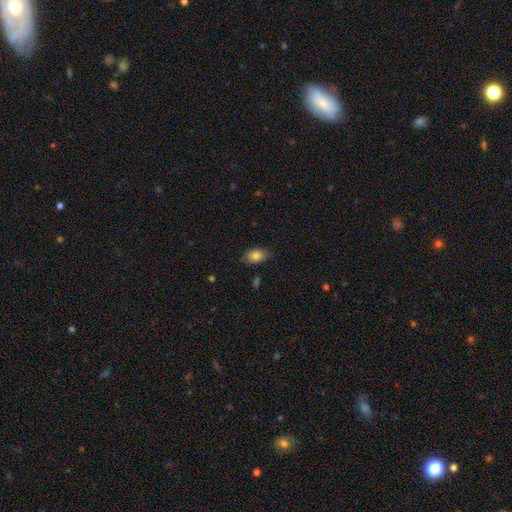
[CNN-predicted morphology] smooth 84%, featured or disk 8%, star or artifact 8%. Down the decision tree: how rounded — in between (90%); merging — none (81%).